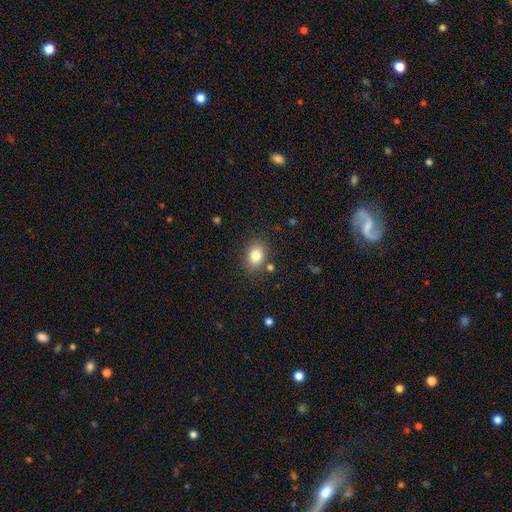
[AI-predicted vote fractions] Morphology: type=smooth (82%); roundness=in between (67%); merging=none (80%).